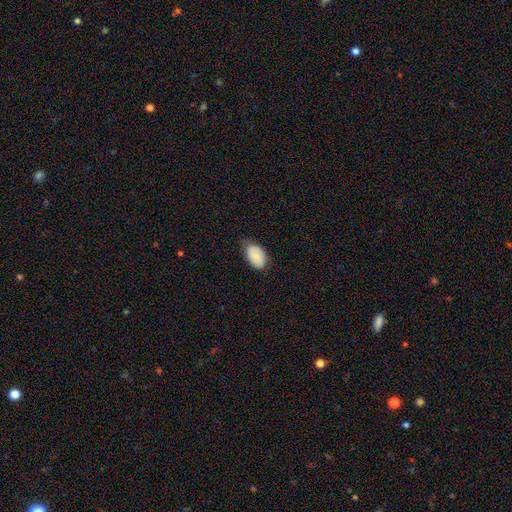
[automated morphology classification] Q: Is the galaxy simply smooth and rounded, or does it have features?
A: smooth — 74%.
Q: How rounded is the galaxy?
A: in between — 93%.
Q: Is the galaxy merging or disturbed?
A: none — 65%.